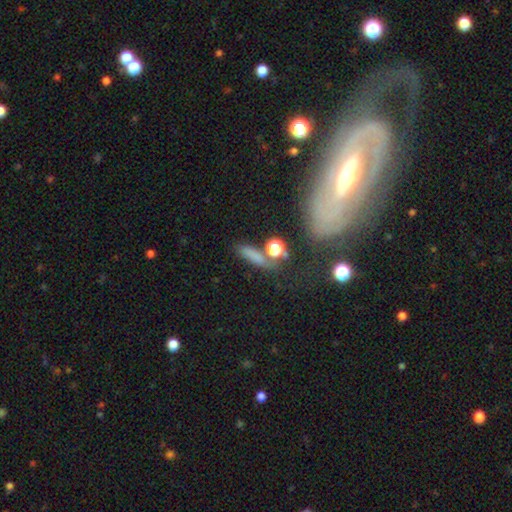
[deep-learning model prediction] Overall: smooth (70%). How rounded: cigar-shaped (48%; in between 30%). Merging: none (64%).